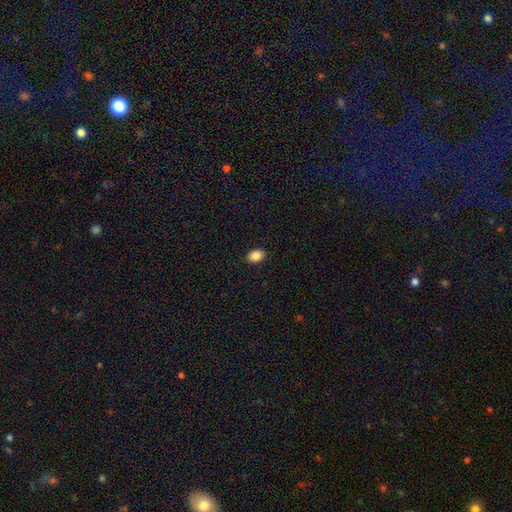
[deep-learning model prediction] smooth 88%, star or artifact 8%, featured or disk 4%. Down the decision tree: how rounded — in between (76%); merging — none (90%).